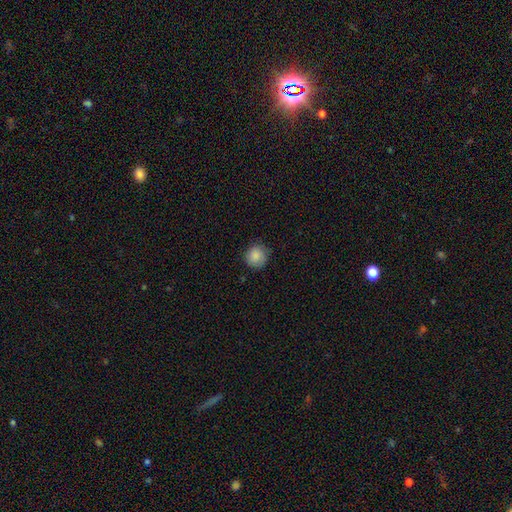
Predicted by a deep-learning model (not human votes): smooth-or-featured: smooth: 86% | star or artifact: 8% | featured or disk: 6%
  how-rounded: round: 91% | in between: 8% | cigar-shaped: 1%
  merging: none: 82% | minor disturbance: 15% | major disturbance: 3% | merger: 1%